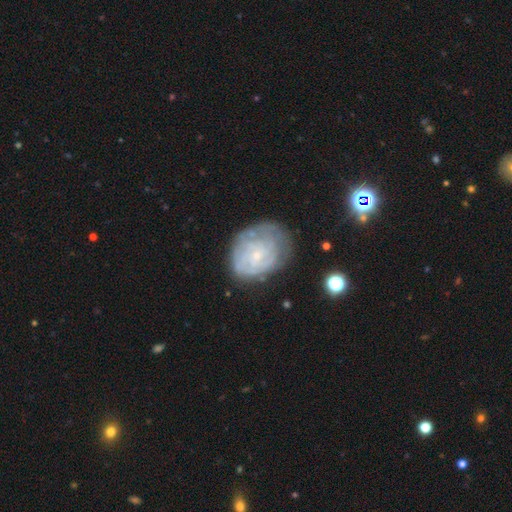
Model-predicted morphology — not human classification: Smooth or featured? featured or disk (67%)
Edge-on disk? no (97%)
Bar? no (77%)
Spiral arms? yes (75%)
Bulge size? small (80%)
Merging? none (58%)